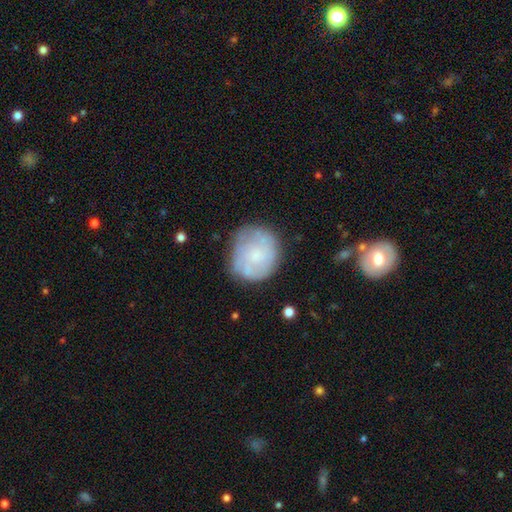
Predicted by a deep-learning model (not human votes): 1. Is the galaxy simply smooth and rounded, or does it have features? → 46% smooth (tied), 46% featured or disk (tied), 8% star or artifact.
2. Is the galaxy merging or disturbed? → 70% none, 20% minor disturbance, 8% major disturbance, 2% merger.